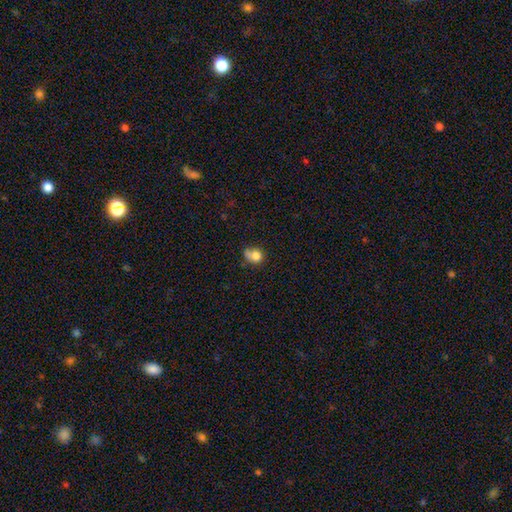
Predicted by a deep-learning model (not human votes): Smooth or featured: smooth — 79% (featured or disk — 11%)
How rounded: round — 68% (in between — 31%)
Merging: none — 40% (minor disturbance — 29%)